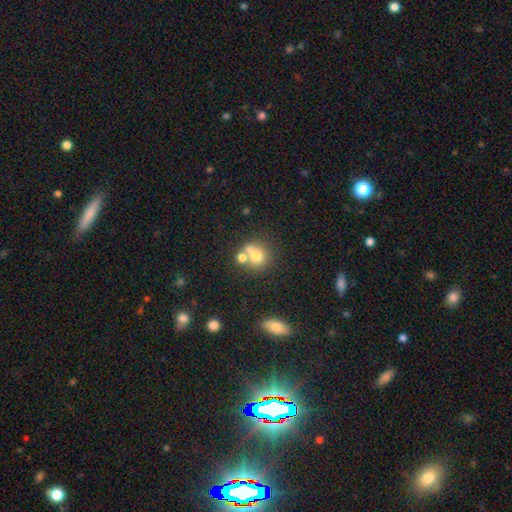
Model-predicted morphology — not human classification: smooth 68%, featured or disk 18%, star or artifact 14%. Down the decision tree: how rounded — round (85%); merging — none (48%).